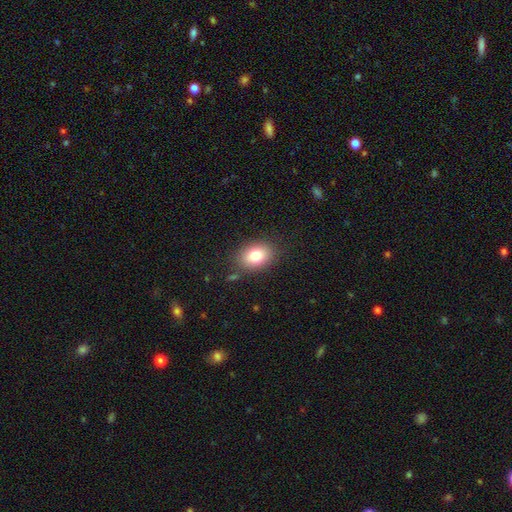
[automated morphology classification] smooth 80%, featured or disk 11%, star or artifact 9%. Down the decision tree: how rounded — in between (74%); merging — none (83%).